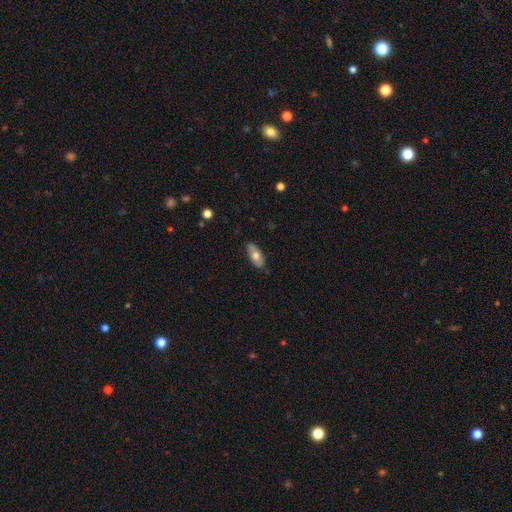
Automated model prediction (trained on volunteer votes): A smooth galaxy with no disk features (65%) that is in between round and cigar-shaped (81%).

Vote fractions:
- Smooth or featured? smooth: 65% / featured or disk: 29% / star or artifact: 6%
- How rounded? in between: 81% / cigar-shaped: 16% / round: 3%
- Merging? none: 82% / minor disturbance: 14% / major disturbance: 2% / merger: 1%